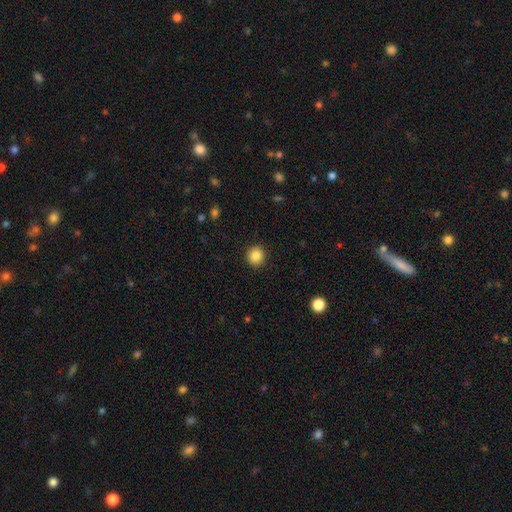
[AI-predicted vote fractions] smooth_or_featured: smooth (p=0.86) [alt: star or artifact p=0.10]
how_rounded: round (p=0.91) [alt: in between p=0.08]
merging: none (p=0.92) [alt: minor disturbance p=0.05]